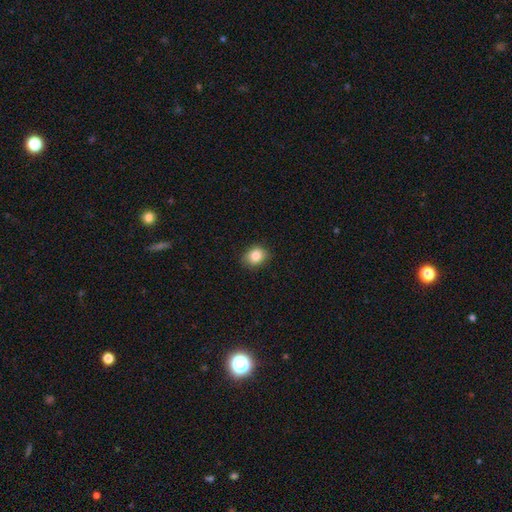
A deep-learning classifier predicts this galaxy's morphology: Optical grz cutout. It shows a smooth galaxy with no disk features (85%) that is round (55%). Merging: none (85%).